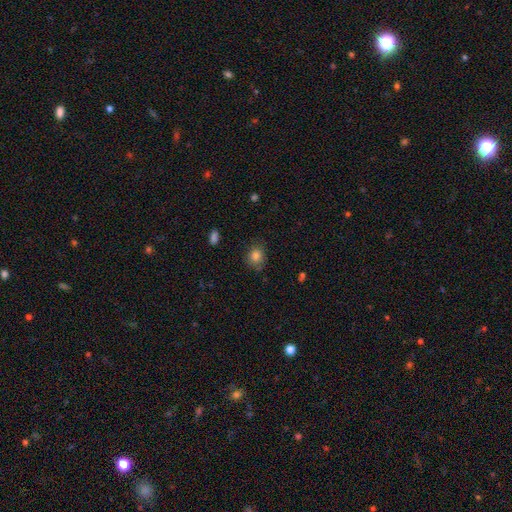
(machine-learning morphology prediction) A smooth galaxy with no disk features (82%) that is round (67%). Merging: none (76%).